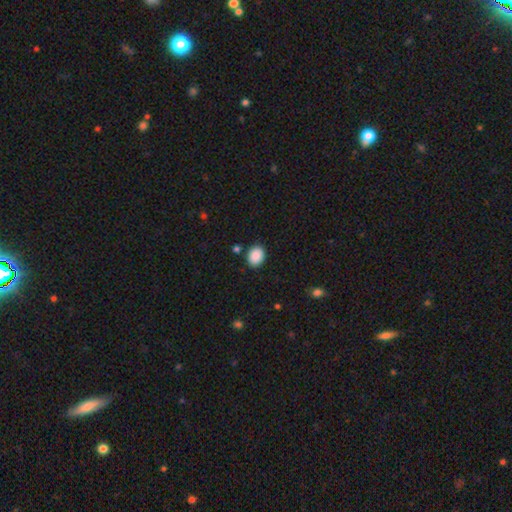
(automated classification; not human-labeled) Morphology: type=smooth (89%); roundness=in between (59%); merging=none (87%).